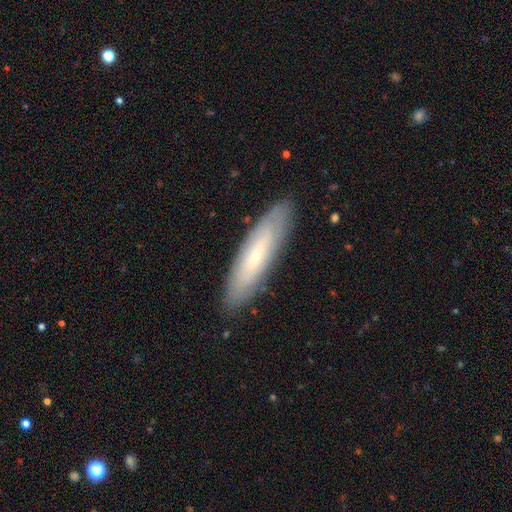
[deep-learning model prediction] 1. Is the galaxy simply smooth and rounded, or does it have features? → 54% smooth, 39% featured or disk, 7% star or artifact.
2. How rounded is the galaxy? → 72% cigar-shaped, 26% in between, 1% round.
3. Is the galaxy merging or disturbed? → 87% none, 10% minor disturbance, 2% major disturbance, 1% merger.